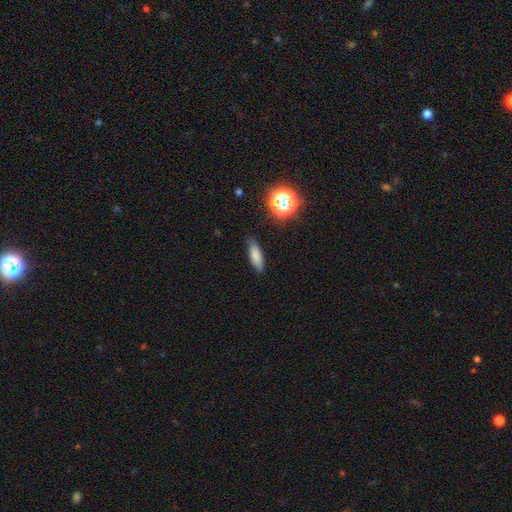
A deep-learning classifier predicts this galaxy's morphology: The model was most divided on "how rounded": cigar-shaped: 49%, in between: 47%, round: 4%. More confident: merging — none (83%); smooth or featured — smooth (80%).